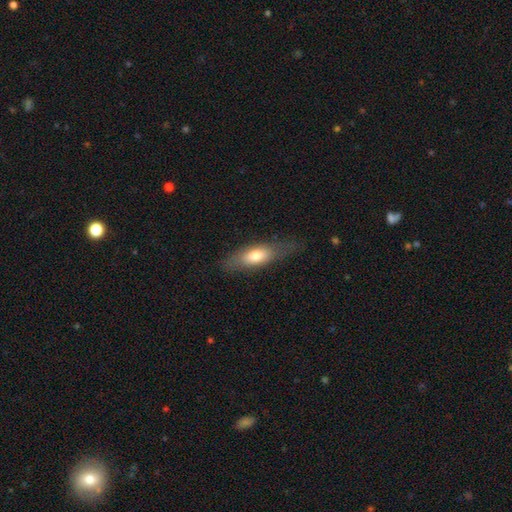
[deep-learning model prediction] The model was most divided on "how rounded": in between: 62%, cigar-shaped: 35%, round: 3%. More confident: merging — none (72%); smooth or featured — smooth (68%).